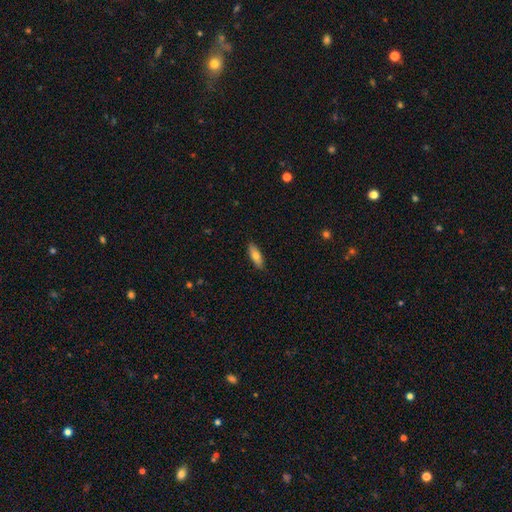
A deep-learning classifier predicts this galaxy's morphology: Q: Smooth or featured?
A: smooth (72%); runner-up: featured or disk (22%)
Q: How rounded?
A: in between (61%); runner-up: cigar-shaped (37%)
Q: Merging?
A: none (88%); runner-up: minor disturbance (9%)